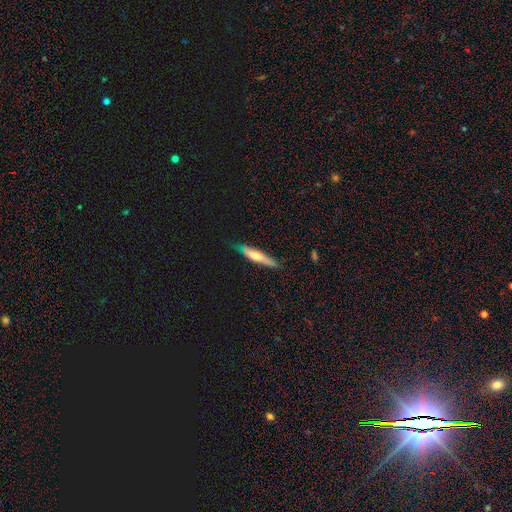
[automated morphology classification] type=smooth (47%, tied with featured or disk); merging=none (74%).